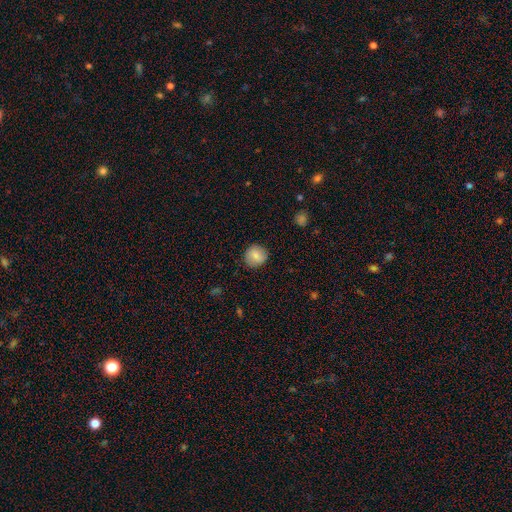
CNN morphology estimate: Smooth or featured: smooth — 82% (featured or disk — 11%)
How rounded: round — 88% (in between — 11%)
Merging: none — 85% (minor disturbance — 11%)